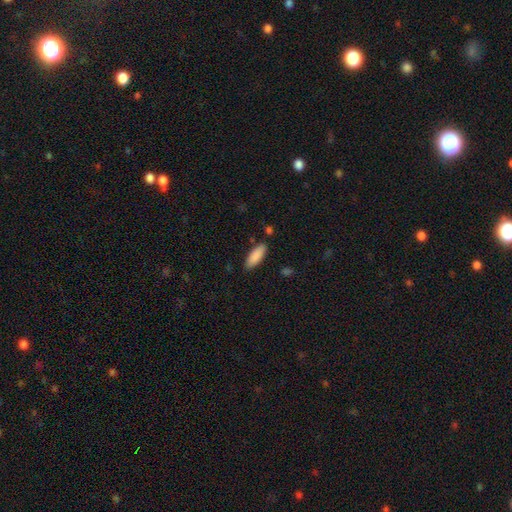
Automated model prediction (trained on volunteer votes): Smooth or featured: smooth — 88% (star or artifact — 6%)
How rounded: in between — 66% (cigar-shaped — 33%)
Merging: none — 84% (minor disturbance — 11%)